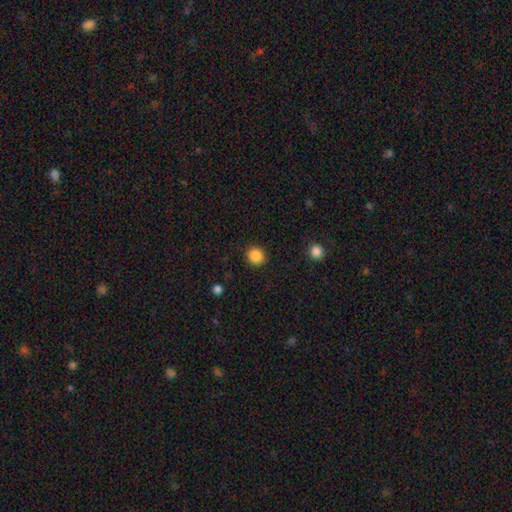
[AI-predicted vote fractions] Smooth or featured?
  - smooth: 87% *
  - star or artifact: 10%
  - featured or disk: 3%
How rounded?
  - round: 89% *
  - in between: 10%
  - cigar-shaped: 1%
Merging?
  - none: 91% *
  - minor disturbance: 6%
  - major disturbance: 2%
  - merger: 1%